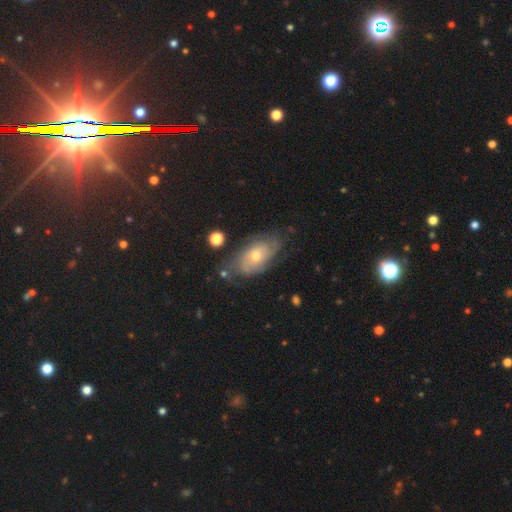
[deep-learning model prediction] Smooth or featured? featured or disk (63%)
Edge-on disk? no (91%)
Bar? no (79%)
Spiral arms? yes (80%)
Bulge size? moderate (55%)
Merging? none (65%)